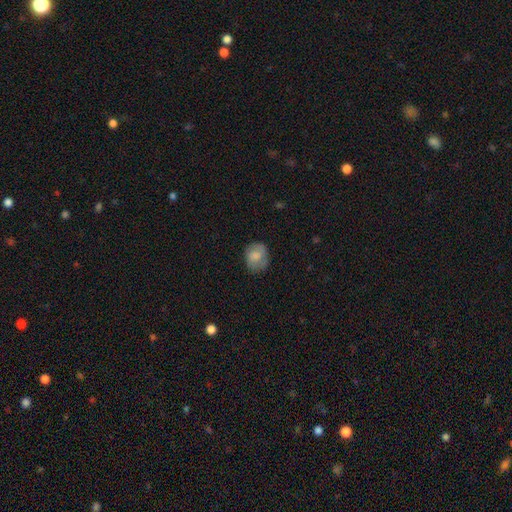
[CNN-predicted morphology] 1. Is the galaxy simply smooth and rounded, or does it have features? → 75% smooth, 17% featured or disk, 8% star or artifact.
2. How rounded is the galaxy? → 61% round, 38% in between, 1% cigar-shaped.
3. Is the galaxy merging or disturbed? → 69% none, 23% minor disturbance, 7% major disturbance, 1% merger.